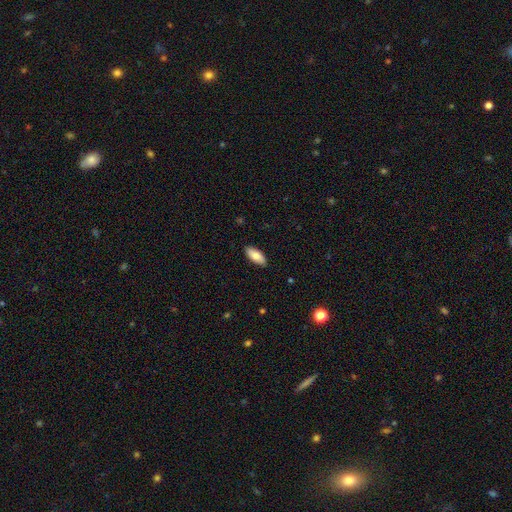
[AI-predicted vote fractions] This appears to be a smooth galaxy with no disk features (82%) that is in between round and cigar-shaped (87%). Merging: none (88%).